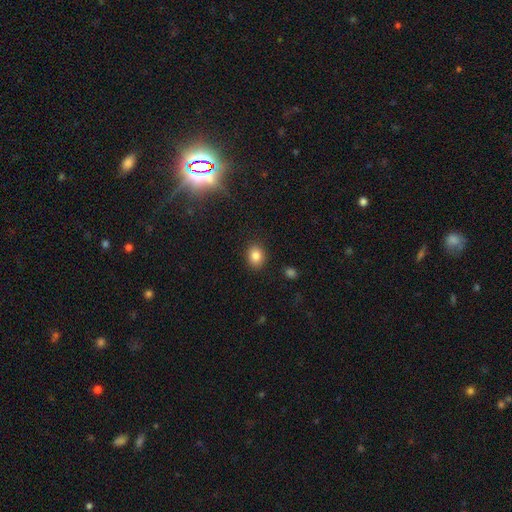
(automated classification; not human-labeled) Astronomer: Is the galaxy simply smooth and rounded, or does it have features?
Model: smooth — 84%.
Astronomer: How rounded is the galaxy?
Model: round — 58% (runner-up: in between, 42%).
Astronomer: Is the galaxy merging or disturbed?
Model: none — 89%.